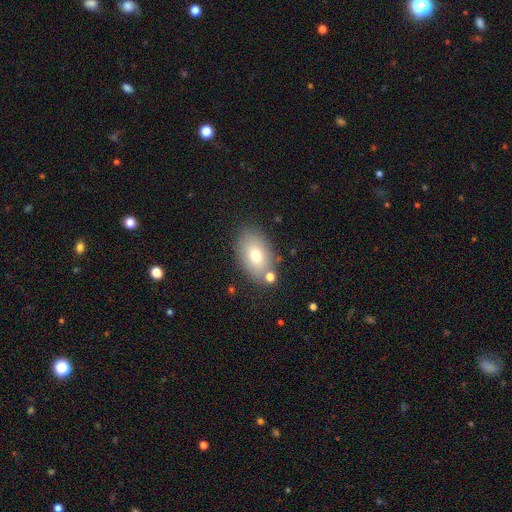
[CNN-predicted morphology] smooth 75%, featured or disk 17%, star or artifact 9%. Down the decision tree: how rounded — in between (89%); merging — none (77%).